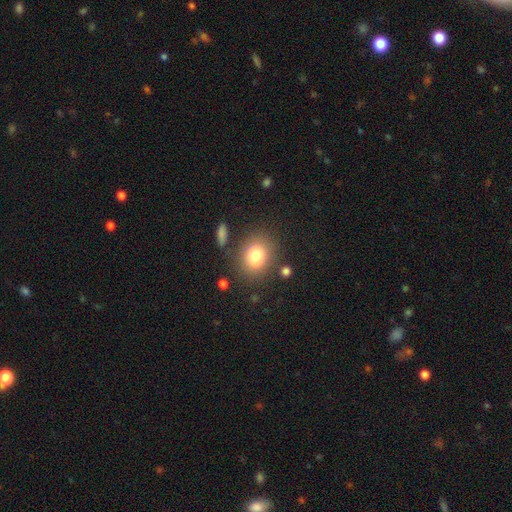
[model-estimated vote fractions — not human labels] A smooth galaxy with no disk features (79%) that is round (56%). Merging: none (79%).